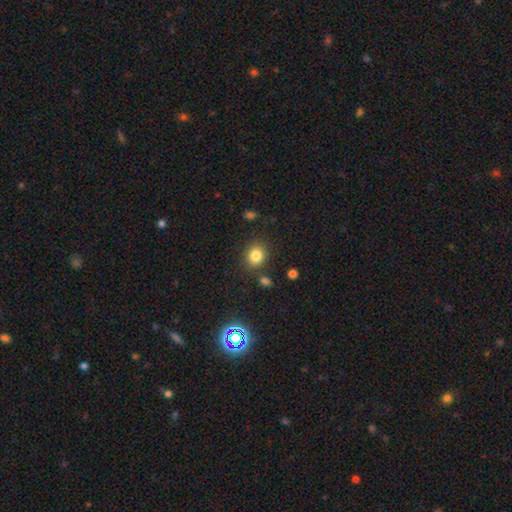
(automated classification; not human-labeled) smooth 82%, star or artifact 12%, featured or disk 6%. Down the decision tree: how rounded — round (66%); merging — none (82%).